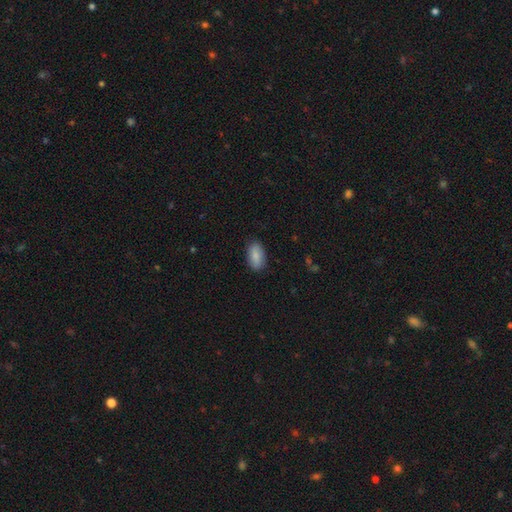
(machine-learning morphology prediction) This appears to be a smooth galaxy with no disk features (85%) that is in between round and cigar-shaped (93%). Merging: none (87%).